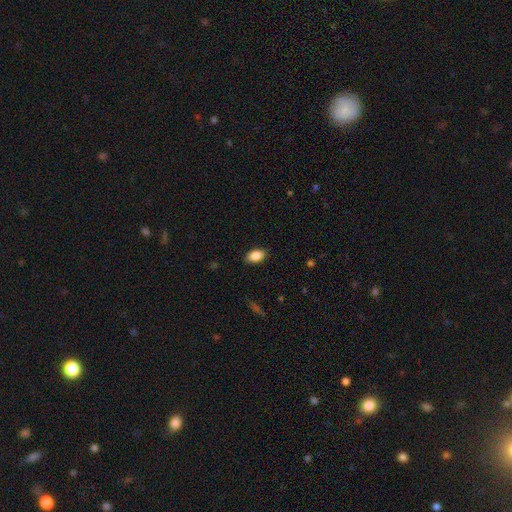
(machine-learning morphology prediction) Overall: smooth (87%). How rounded: in between (92%). Merging: none (87%).